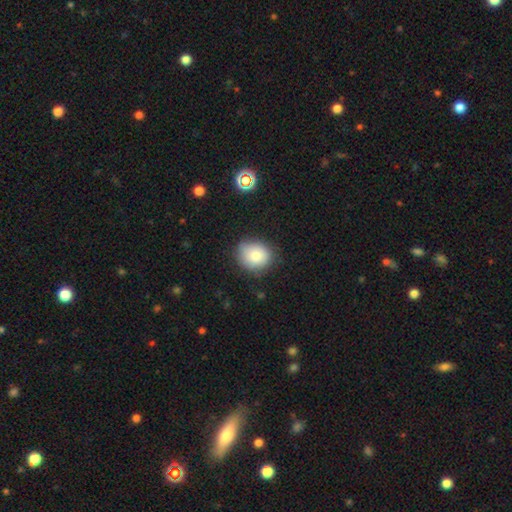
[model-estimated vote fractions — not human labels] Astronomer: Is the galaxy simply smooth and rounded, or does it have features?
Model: smooth — 81%.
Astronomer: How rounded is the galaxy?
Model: round — 73%.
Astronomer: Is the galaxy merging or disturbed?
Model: none — 75%.